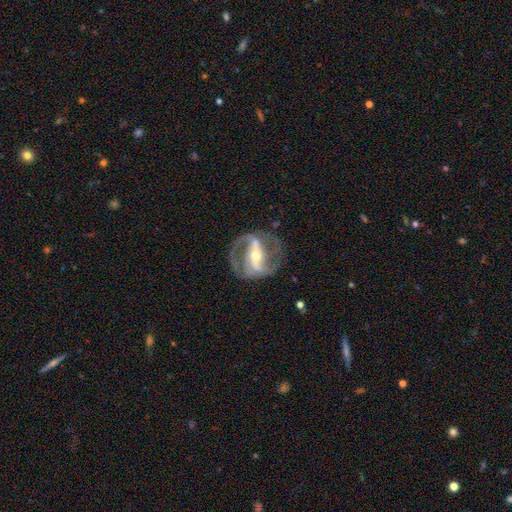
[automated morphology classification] The model was most divided on "bulge size": moderate: 56%, small: 38%, large: 4%, none: 1%, dominant: 1%. Remaining: edge-on disk — no (94%); spiral arms — yes (92%); smooth or featured — featured or disk (89%); spiral arm count — 2 (84%); merging — none (72%); bar — strong (70%); spiral winding — medium (50%).